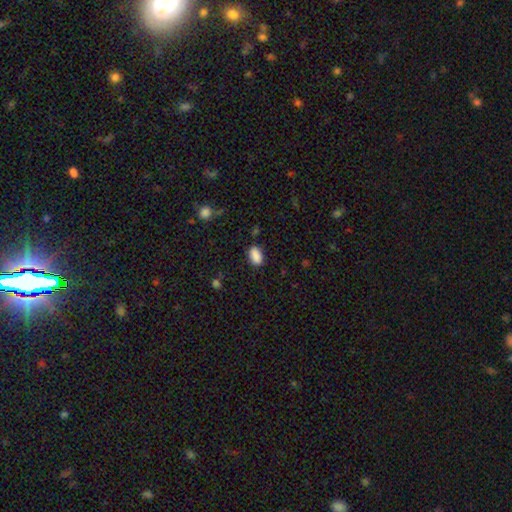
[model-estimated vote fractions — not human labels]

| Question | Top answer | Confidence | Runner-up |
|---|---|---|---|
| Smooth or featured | smooth | 89% | star or artifact (8%) |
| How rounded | in between | 90% | round (8%) |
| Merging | none | 83% | minor disturbance (12%) |